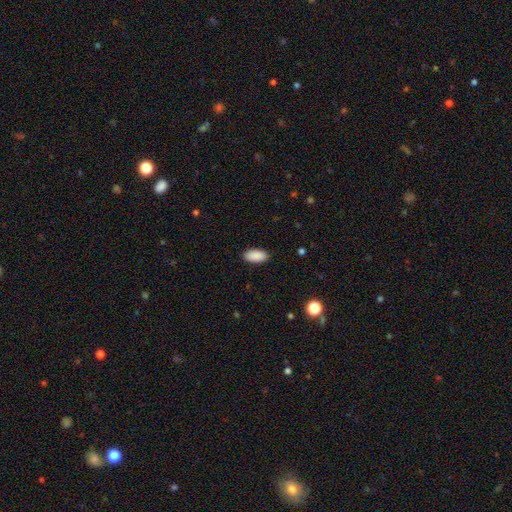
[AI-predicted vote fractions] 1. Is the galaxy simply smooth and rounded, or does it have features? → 91% smooth, 6% star or artifact, 3% featured or disk.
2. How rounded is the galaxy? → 93% in between, 5% cigar-shaped, 2% round.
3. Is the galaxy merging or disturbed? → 89% none, 8% minor disturbance, 2% major disturbance, 1% merger.